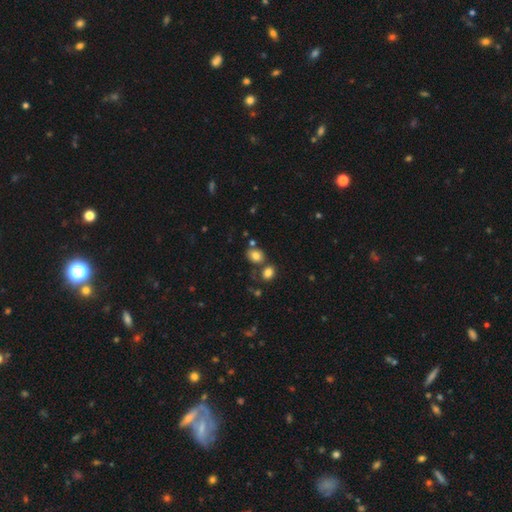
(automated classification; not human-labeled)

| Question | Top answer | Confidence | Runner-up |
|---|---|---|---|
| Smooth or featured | smooth | 80% | star or artifact (12%) |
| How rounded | round | 54% | in between (45%) |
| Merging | none | 62% | merger (22%) |